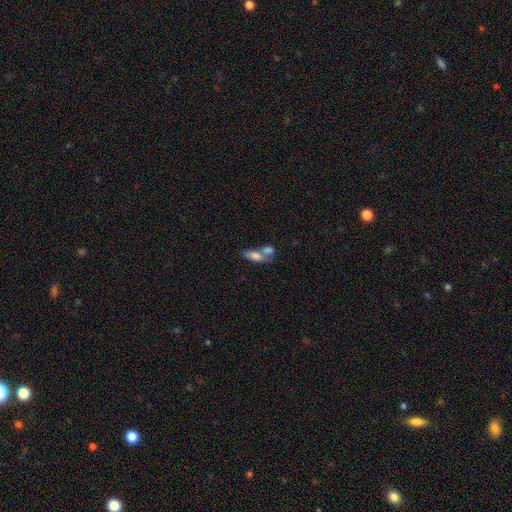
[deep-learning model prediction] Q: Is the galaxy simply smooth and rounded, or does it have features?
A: smooth — 74%.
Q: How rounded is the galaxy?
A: in between — 77%.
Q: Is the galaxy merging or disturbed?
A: merger — 54%.